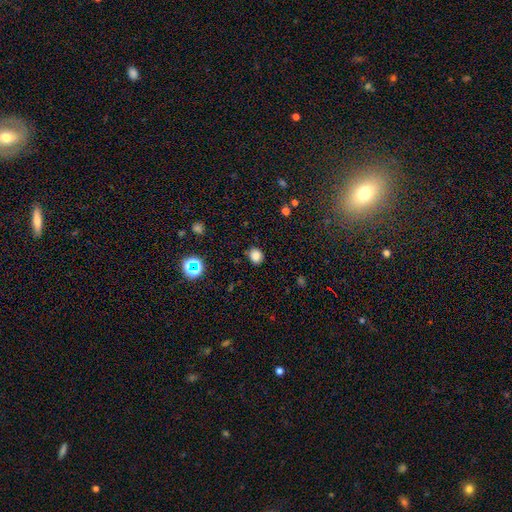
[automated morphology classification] Smooth or featured: smooth — 82% (star or artifact — 13%)
How rounded: round — 72% (in between — 27%)
Merging: none — 87% (minor disturbance — 9%)